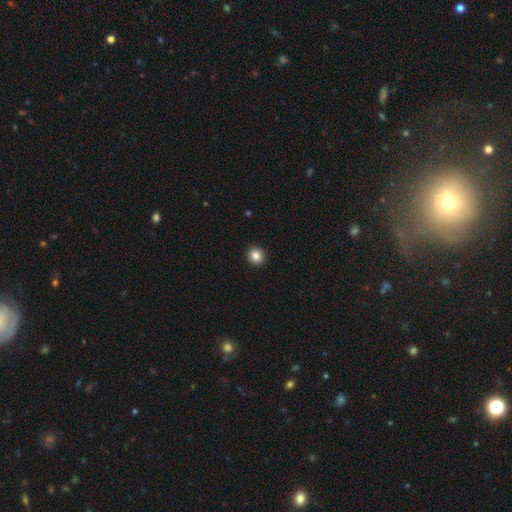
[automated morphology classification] The model was most divided on "smooth or featured": smooth: 85%, star or artifact: 10%, featured or disk: 4%. More confident: merging — none (93%); how rounded — round (89%).